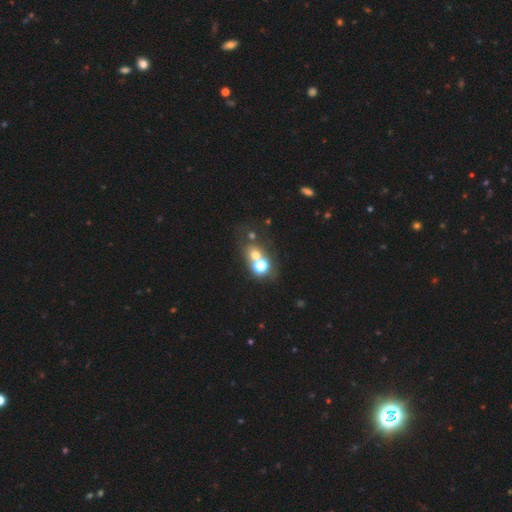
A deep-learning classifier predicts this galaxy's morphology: smooth_or_featured: smooth (p=0.54) [alt: star or artifact p=0.28]
how_rounded: round (p=0.71) [alt: in between p=0.28]
merging: none (p=0.45) [alt: merger p=0.39]